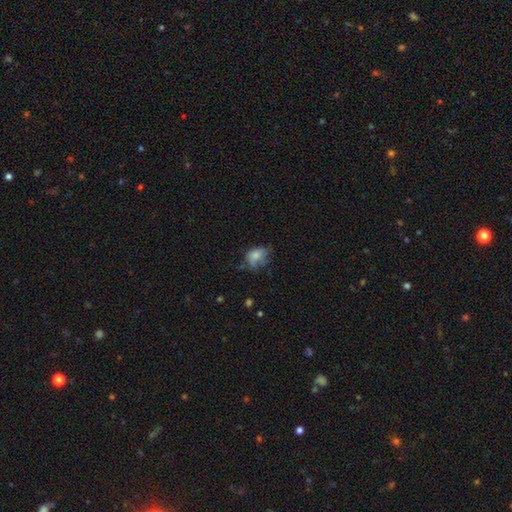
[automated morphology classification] Q: Smooth or featured?
A: smooth (69%); runner-up: featured or disk (20%)
Q: How rounded?
A: in between (74%); runner-up: round (24%)
Q: Merging?
A: none (41%); runner-up: minor disturbance (34%)